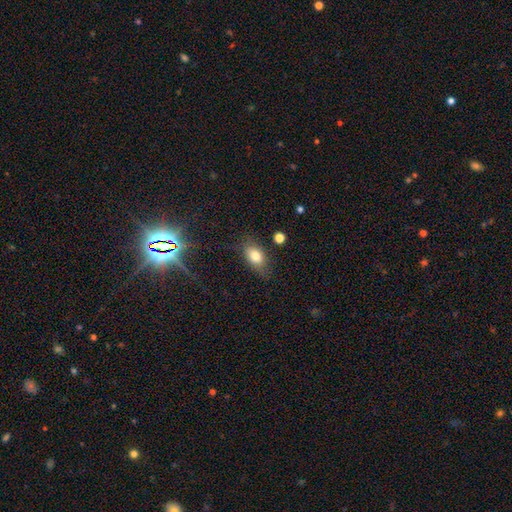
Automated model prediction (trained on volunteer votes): A smooth galaxy with no disk features (77%) that is in between round and cigar-shaped (83%).

Vote fractions:
- Smooth or featured? smooth: 77% / featured or disk: 13% / star or artifact: 10%
- How rounded? in between: 83% / round: 13% / cigar-shaped: 4%
- Merging? none: 72% / minor disturbance: 20% / major disturbance: 6% / merger: 2%